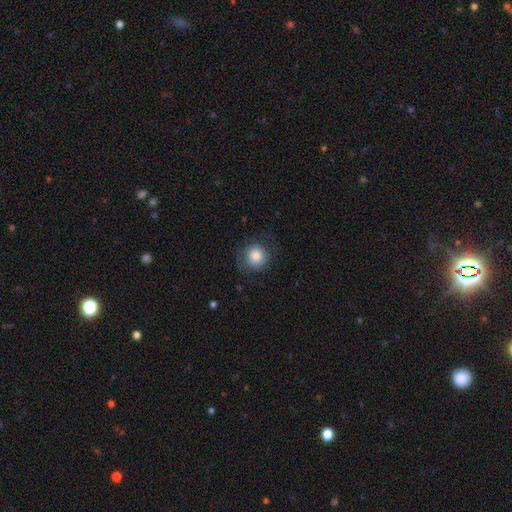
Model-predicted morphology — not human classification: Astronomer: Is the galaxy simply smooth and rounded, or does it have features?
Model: smooth — 79%.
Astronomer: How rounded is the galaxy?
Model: round — 91%.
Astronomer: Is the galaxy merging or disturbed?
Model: none — 73%.